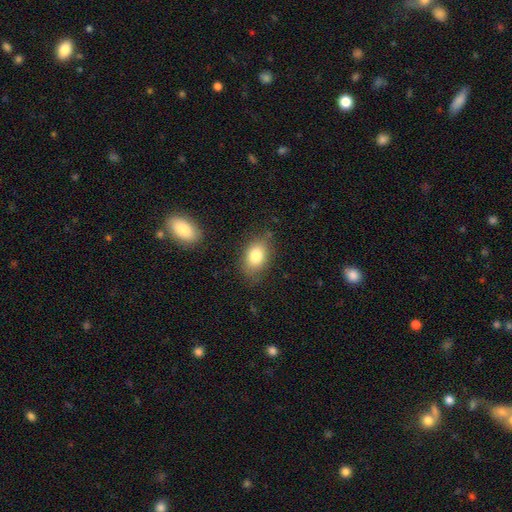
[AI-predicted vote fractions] smooth_or_featured: smooth (p=0.81) [alt: featured or disk p=0.10]
how_rounded: in between (p=0.85) [alt: round p=0.13]
merging: none (p=0.76) [alt: minor disturbance p=0.17]